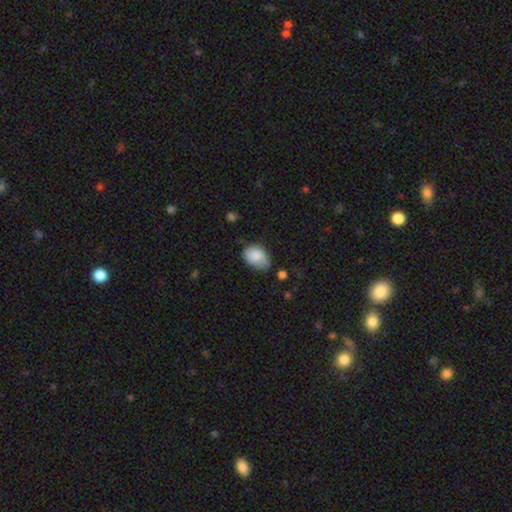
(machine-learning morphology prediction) Smooth or featured? smooth (82%)
How rounded? in between (79%)
Merging? none (54%)